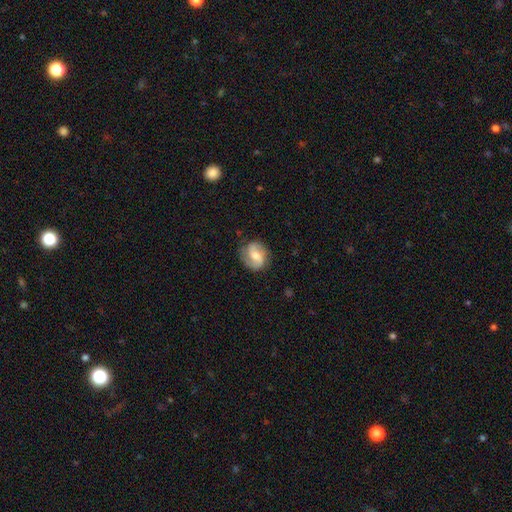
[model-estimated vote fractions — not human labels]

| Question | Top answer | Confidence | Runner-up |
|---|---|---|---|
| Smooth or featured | featured or disk | 66% | smooth (27%) |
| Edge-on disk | no | 98% | yes (2%) |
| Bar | weak | 49% | no (32%) |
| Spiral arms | yes | 92% | no (8%) |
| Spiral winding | medium | 46% | loose (30%) |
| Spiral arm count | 2 | 86% | can't tell (6%) |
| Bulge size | moderate | 54% | small (29%) |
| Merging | none | 77% | minor disturbance (16%) |